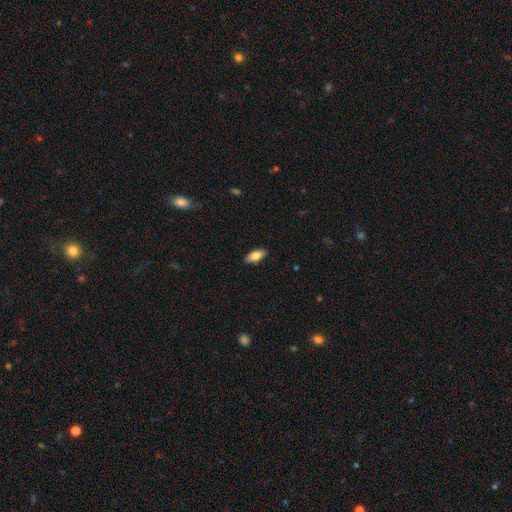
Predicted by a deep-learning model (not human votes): Q: Smooth or featured?
A: smooth (80%); runner-up: featured or disk (14%)
Q: How rounded?
A: in between (88%); runner-up: cigar-shaped (10%)
Q: Merging?
A: none (88%); runner-up: minor disturbance (9%)